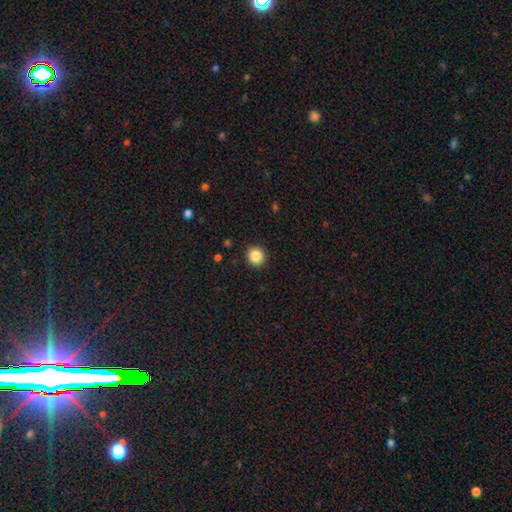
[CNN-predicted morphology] Smooth or featured? Predicted: smooth (p=0.86). How rounded? Predicted: round (p=0.93). Merging? Predicted: none (p=0.92).